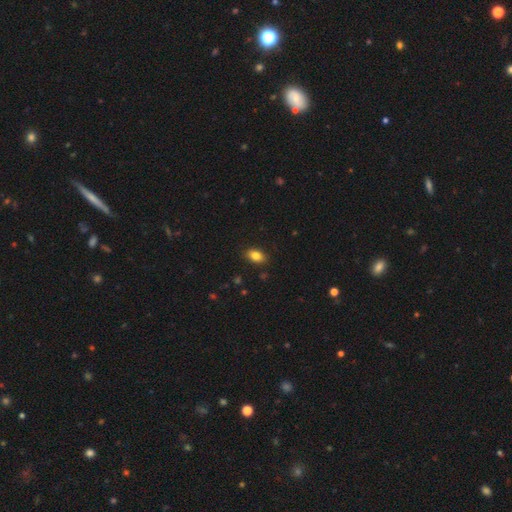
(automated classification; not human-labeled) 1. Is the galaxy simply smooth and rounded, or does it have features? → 84% smooth, 9% star or artifact, 7% featured or disk.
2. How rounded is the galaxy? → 87% in between, 11% round, 2% cigar-shaped.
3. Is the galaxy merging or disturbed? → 87% none, 10% minor disturbance, 2% major disturbance, 1% merger.